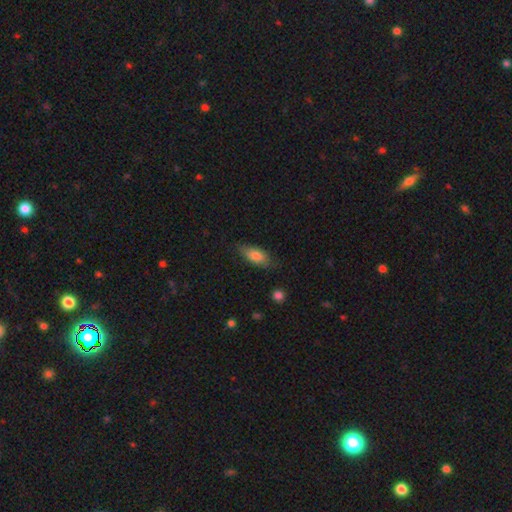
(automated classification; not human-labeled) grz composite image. It shows a smooth galaxy with no disk features (79%) that is in between round and cigar-shaped (81%). Merging: none (74%).